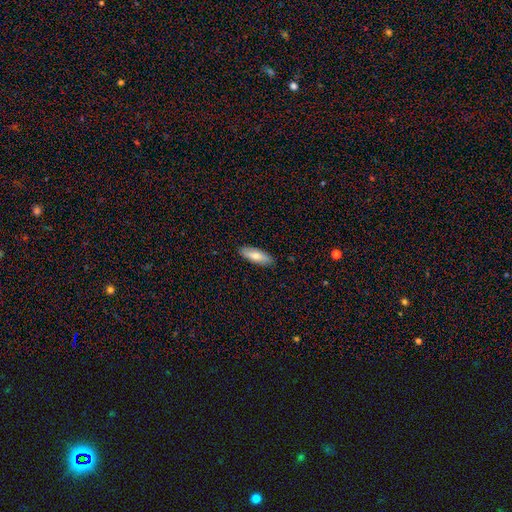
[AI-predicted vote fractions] This appears to be a smooth galaxy with no disk features (74%) that is in between round and cigar-shaped (64%). Merging: none (89%).